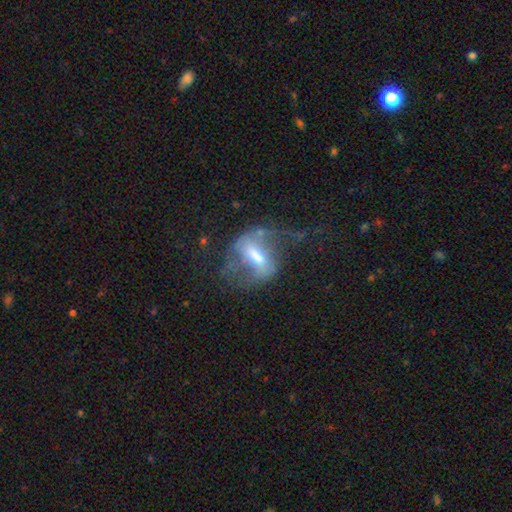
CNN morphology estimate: smooth_or_featured: featured or disk (p=0.69) [alt: smooth p=0.23]
disk_edge_on: no (p=0.93) [alt: yes p=0.07]
bar: strong (p=0.45) [alt: weak p=0.39]
has_spiral_arms: yes (p=0.73) [alt: no p=0.27]
bulge_size: moderate (p=0.45) [alt: small p=0.24]
merging: major disturbance (p=0.40) [alt: none p=0.36]